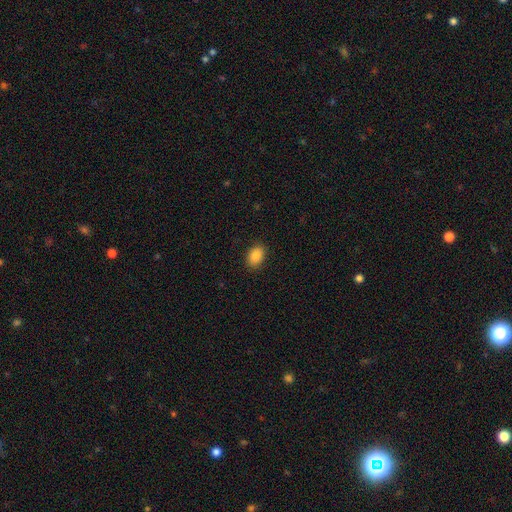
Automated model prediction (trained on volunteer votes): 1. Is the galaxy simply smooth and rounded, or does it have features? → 88% smooth, 8% star or artifact, 4% featured or disk.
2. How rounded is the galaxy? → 81% in between, 17% round, 1% cigar-shaped.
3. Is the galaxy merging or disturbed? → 88% none, 8% minor disturbance, 2% major disturbance, 1% merger.